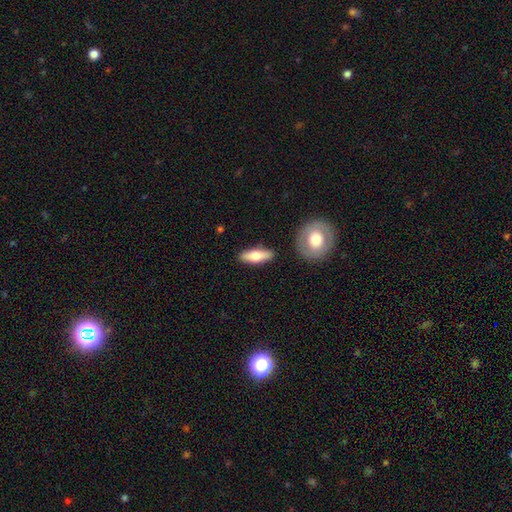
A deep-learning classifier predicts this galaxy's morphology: This appears to be a smooth galaxy with no disk features (61%) that is in between round and cigar-shaped (53%). Merging: none (86%).